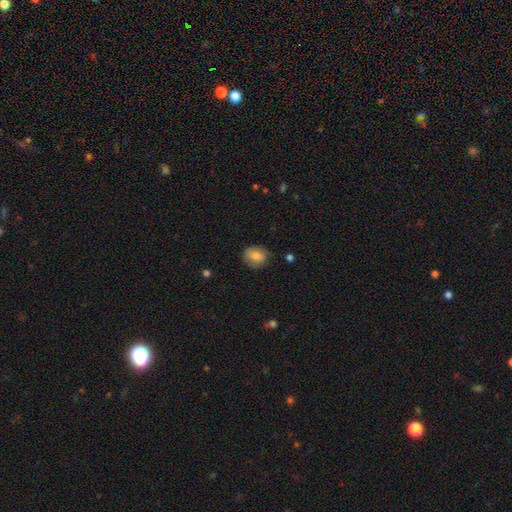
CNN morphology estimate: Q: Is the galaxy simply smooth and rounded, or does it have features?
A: smooth — 75%.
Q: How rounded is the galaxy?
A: round — 52%.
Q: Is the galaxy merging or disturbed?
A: none — 77%.